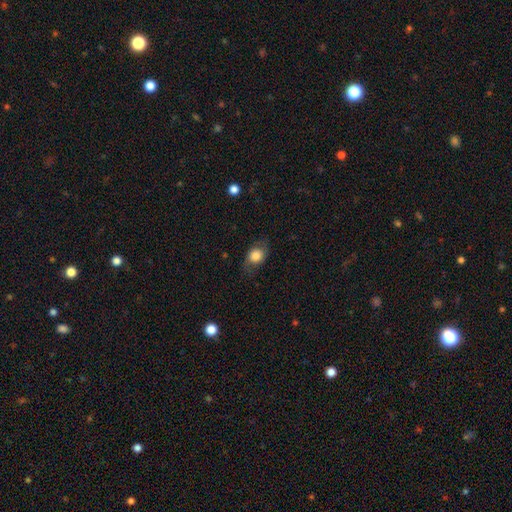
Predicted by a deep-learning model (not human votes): Morphology: type=smooth (73%); roundness=in between (56%); merging=none (70%).